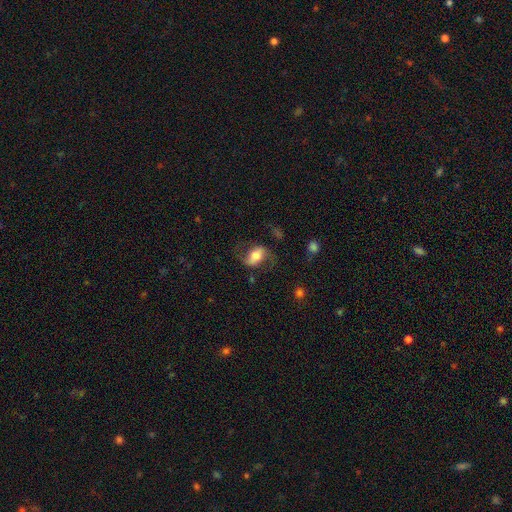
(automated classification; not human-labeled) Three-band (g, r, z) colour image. It shows a featured or disk galaxy (52%). Merging: none (61%).